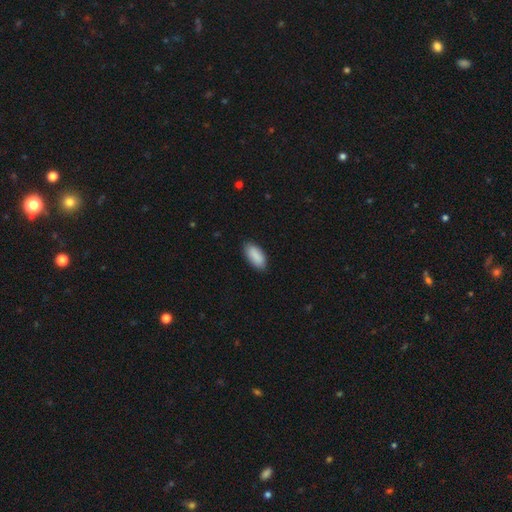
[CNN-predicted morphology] Smooth or featured?
  - smooth: 89% *
  - star or artifact: 6%
  - featured or disk: 5%
How rounded?
  - in between: 91% *
  - cigar-shaped: 7%
  - round: 2%
Merging?
  - none: 85% *
  - minor disturbance: 12%
  - major disturbance: 2%
  - merger: 1%